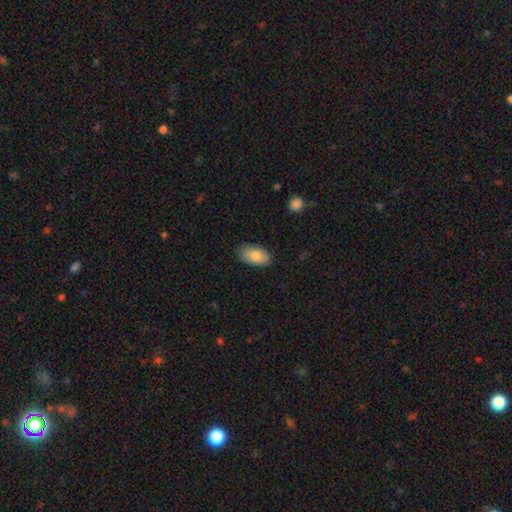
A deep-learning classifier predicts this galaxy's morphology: Smooth or featured?
  - smooth: 85% *
  - featured or disk: 8%
  - star or artifact: 6%
How rounded?
  - in between: 94% *
  - round: 4%
  - cigar-shaped: 2%
Merging?
  - none: 84% *
  - minor disturbance: 12%
  - major disturbance: 2%
  - merger: 1%